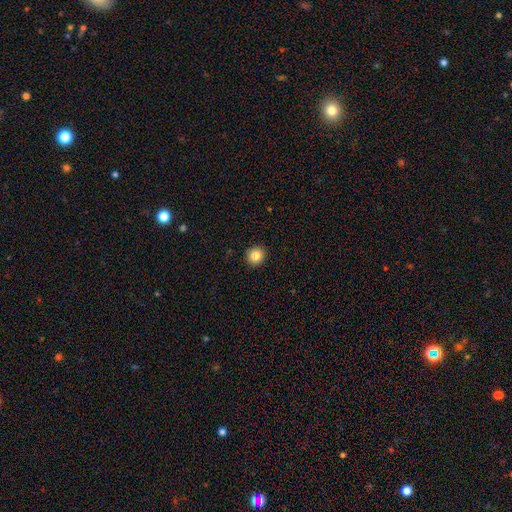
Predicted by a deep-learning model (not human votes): The model was most divided on "smooth or featured": smooth: 84%, star or artifact: 10%, featured or disk: 6%. More confident: merging — none (93%); how rounded — round (91%).